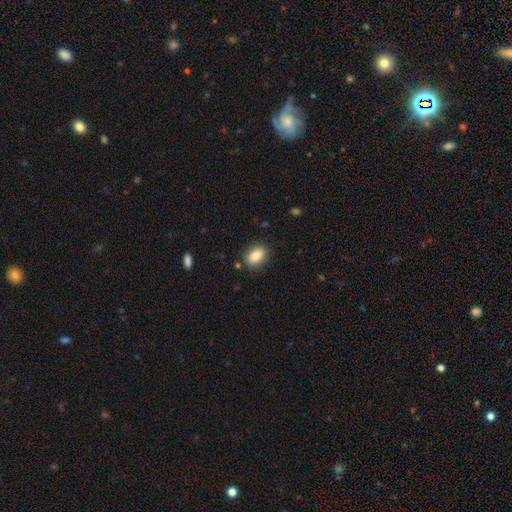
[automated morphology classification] This appears to be a smooth galaxy with no disk features (86%) that is in between round and cigar-shaped (85%). Merging: none (86%).